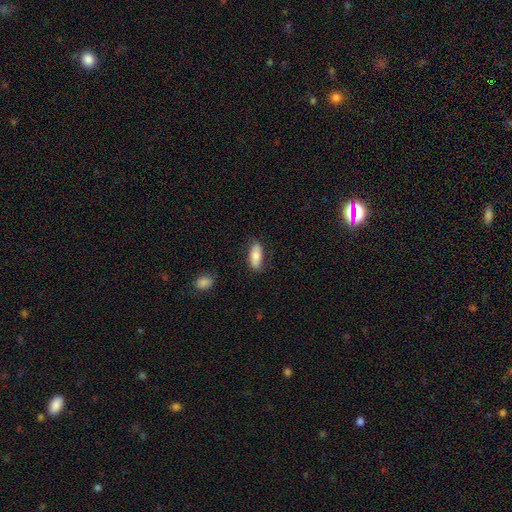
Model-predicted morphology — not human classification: This is clearly a smooth galaxy (81%). How rounded: likely in between (79%). Merging: clearly none (80%).